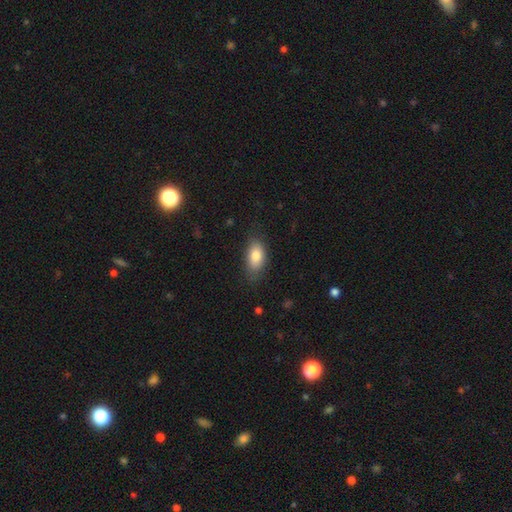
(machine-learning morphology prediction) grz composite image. It shows a smooth galaxy with no disk features (83%) that is in between round and cigar-shaped (90%). Merging: none (75%).